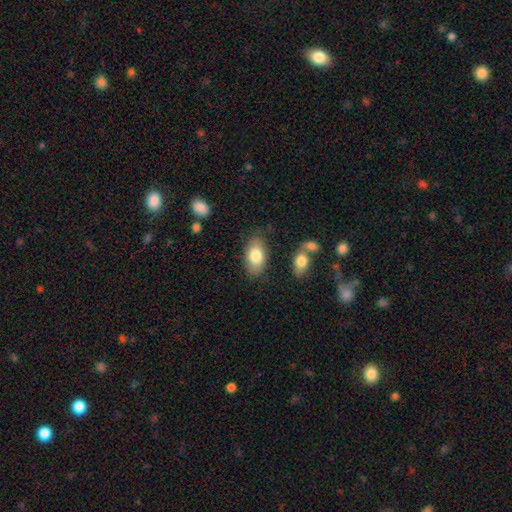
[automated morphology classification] A smooth galaxy with no disk features (80%) that is in between round and cigar-shaped (93%).

Vote fractions:
- Smooth or featured? smooth: 80% / featured or disk: 14% / star or artifact: 6%
- How rounded? in between: 93% / round: 4% / cigar-shaped: 3%
- Merging? none: 79% / minor disturbance: 14% / major disturbance: 4% / merger: 4%